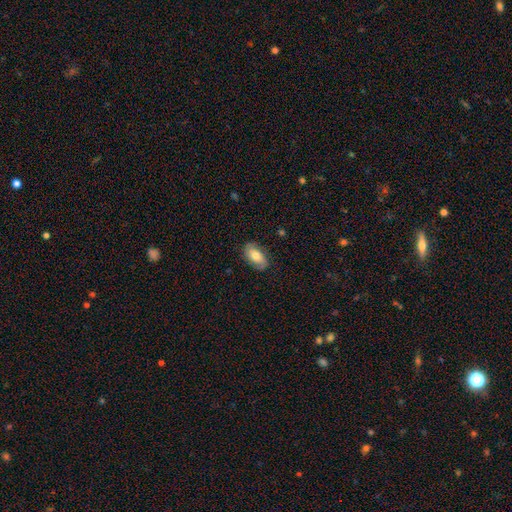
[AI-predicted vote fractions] Q: Smooth or featured?
A: smooth (64%); runner-up: featured or disk (29%)
Q: How rounded?
A: in between (92%); runner-up: round (5%)
Q: Merging?
A: none (80%); runner-up: minor disturbance (15%)